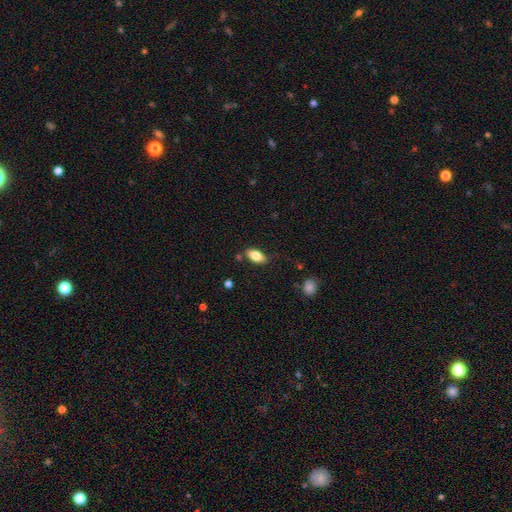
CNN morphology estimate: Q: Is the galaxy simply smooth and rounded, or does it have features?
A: smooth — 79%.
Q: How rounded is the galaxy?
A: in between — 89%.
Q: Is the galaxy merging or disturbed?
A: none — 79%.